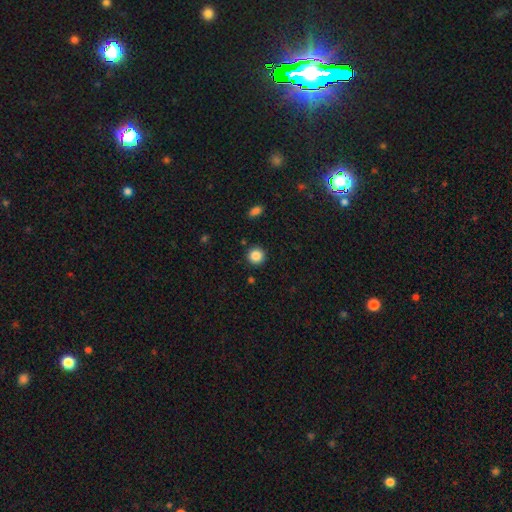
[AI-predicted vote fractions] Overall: smooth (86%). How rounded: round (94%). Merging: none (91%).